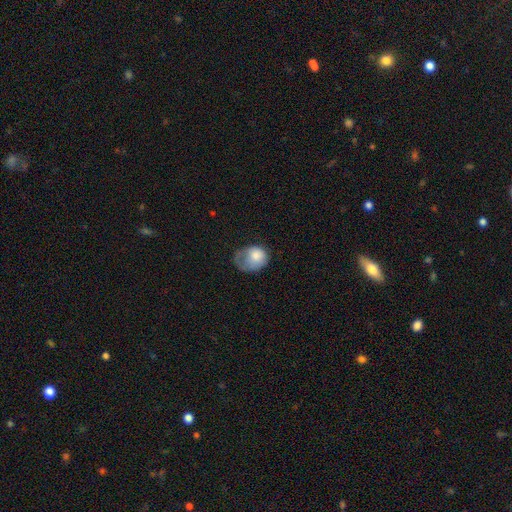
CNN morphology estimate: smooth_or_featured: smooth (p=0.74) [alt: featured or disk p=0.18]
how_rounded: in between (p=0.56) [alt: round p=0.43]
merging: major disturbance (p=0.41) [alt: minor disturbance p=0.34]